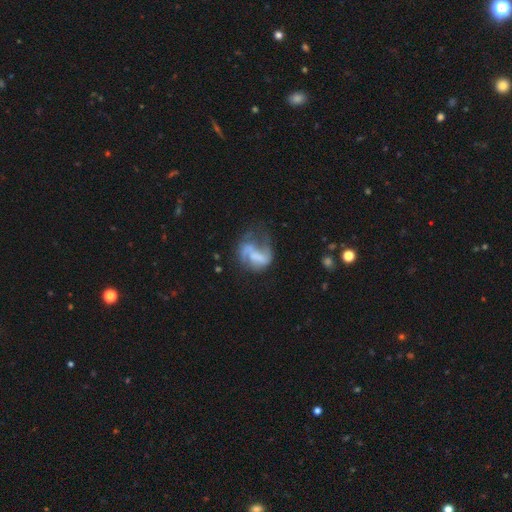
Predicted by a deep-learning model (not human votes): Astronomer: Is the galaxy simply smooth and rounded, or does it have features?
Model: featured or disk — 58%.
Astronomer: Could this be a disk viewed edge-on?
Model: no — 97%.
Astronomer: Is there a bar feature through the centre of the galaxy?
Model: no — 49% (runner-up: weak, 32%).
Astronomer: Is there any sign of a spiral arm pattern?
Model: yes — 57% (runner-up: no, 43%).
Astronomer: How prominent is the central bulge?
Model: none — 49%.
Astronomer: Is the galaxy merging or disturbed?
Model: major disturbance — 43% (runner-up: none, 27%).